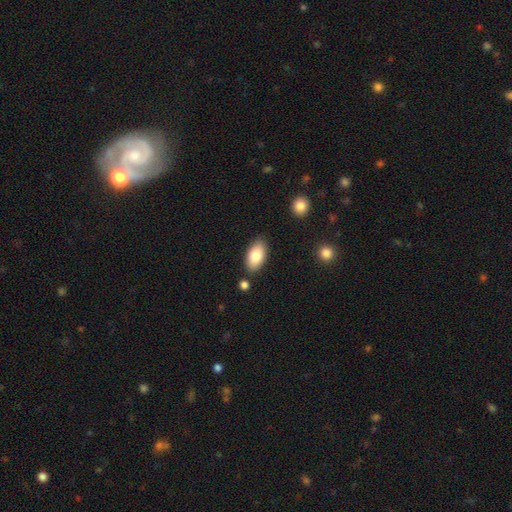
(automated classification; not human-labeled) Morphology: type=smooth (82%); roundness=in between (94%); merging=none (83%).